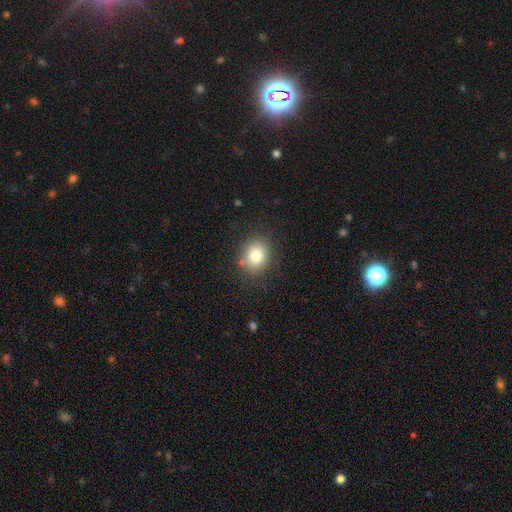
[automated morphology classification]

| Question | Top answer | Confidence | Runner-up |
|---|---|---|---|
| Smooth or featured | smooth | 79% | star or artifact (11%) |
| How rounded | round | 64% | in between (35%) |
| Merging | none | 83% | minor disturbance (11%) |